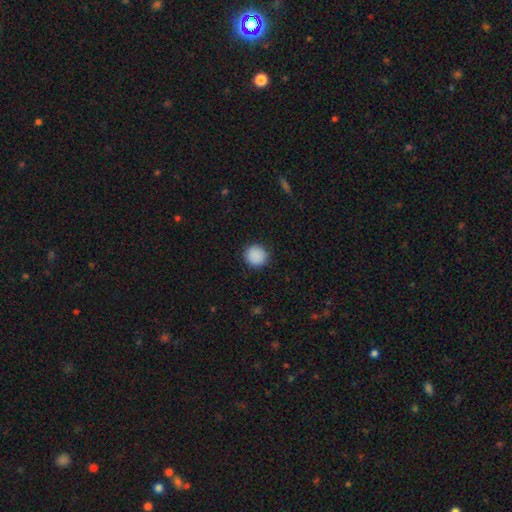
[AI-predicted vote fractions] Morphology: type=smooth (90%); roundness=round (93%); merging=none (91%).